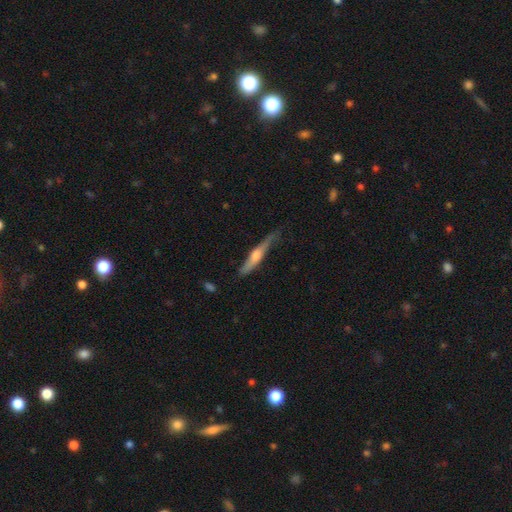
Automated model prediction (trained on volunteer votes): smooth_or_featured: featured or disk (p=0.60) [alt: smooth p=0.35]
disk_edge_on: yes (p=0.91) [alt: no p=0.09]
edge_on_bulge: rounded (p=0.81) [alt: none p=0.10]
merging: none (p=0.61) [alt: minor disturbance p=0.29]